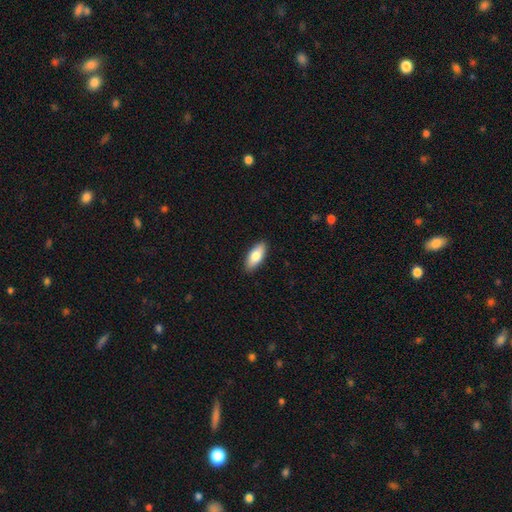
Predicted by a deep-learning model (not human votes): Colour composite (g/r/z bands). It shows a smooth galaxy with no disk features (80%) that is in between round and cigar-shaped (80%). Merging: none (89%).